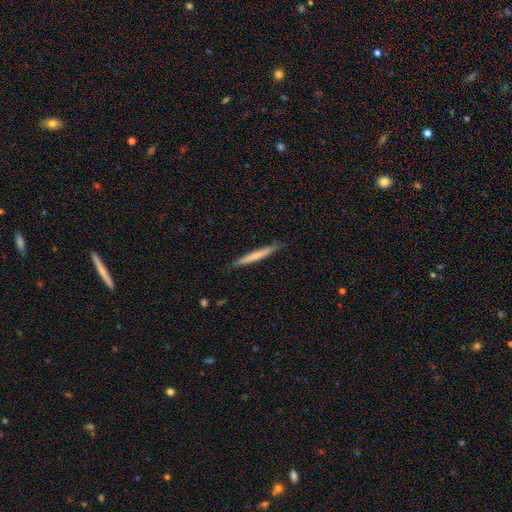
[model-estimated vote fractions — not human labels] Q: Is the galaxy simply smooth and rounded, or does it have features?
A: smooth — 59%.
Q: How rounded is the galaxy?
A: cigar-shaped — 97%.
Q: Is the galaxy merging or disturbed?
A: none — 87%.